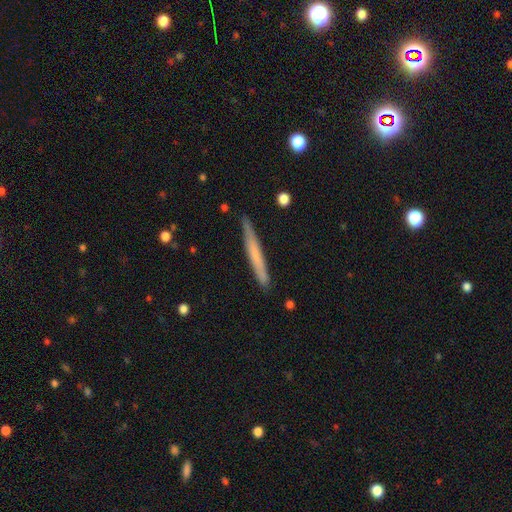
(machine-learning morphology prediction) smooth 56%, featured or disk 38%, star or artifact 6%. Down the decision tree: how rounded — cigar-shaped (97%); merging — none (87%).